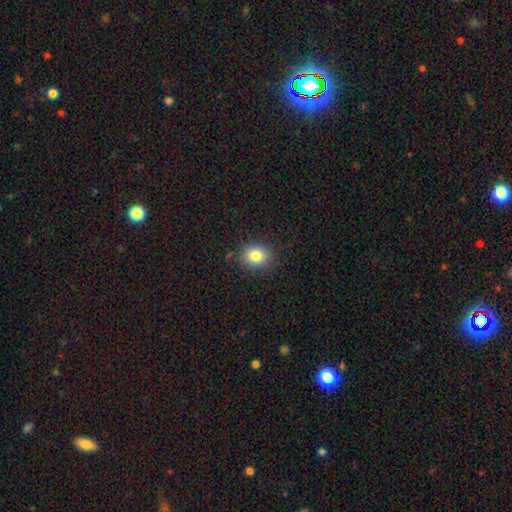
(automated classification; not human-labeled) This is clearly a smooth galaxy (82%). How rounded: possibly round (59%). Merging: clearly none (86%).